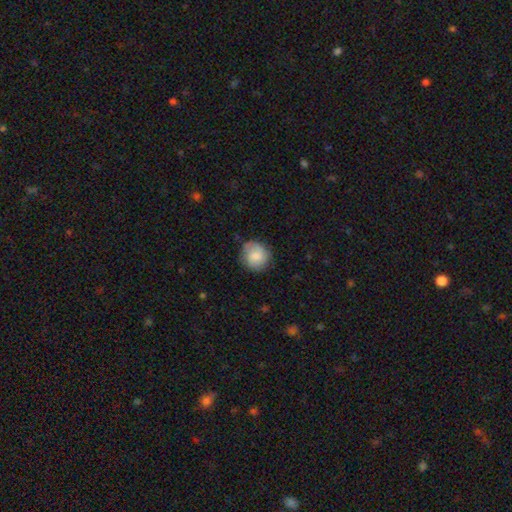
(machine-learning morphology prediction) The model was most divided on "smooth or featured": smooth: 72%, featured or disk: 21%, star or artifact: 7%. More confident: how rounded — round (85%); merging — none (74%).